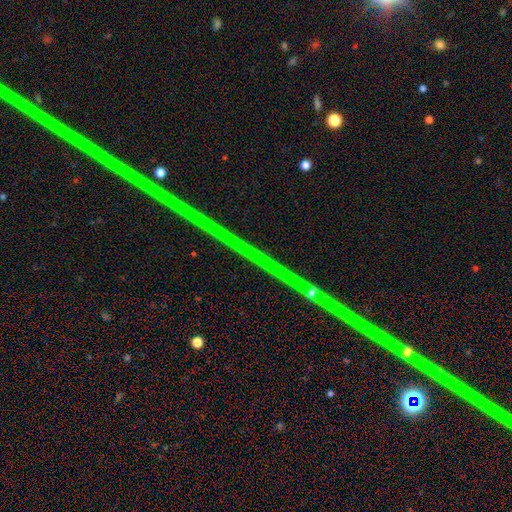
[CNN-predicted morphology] type=star or artifact (87%).